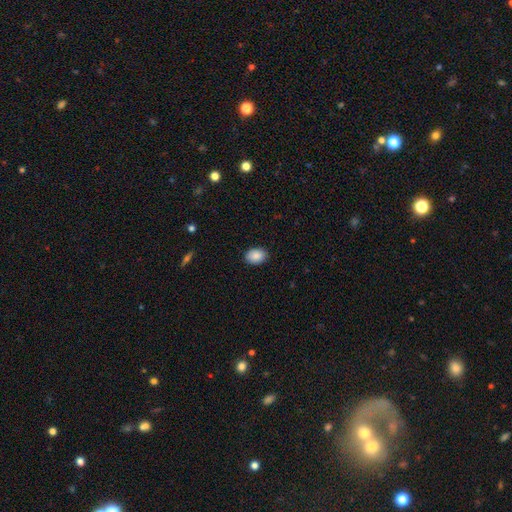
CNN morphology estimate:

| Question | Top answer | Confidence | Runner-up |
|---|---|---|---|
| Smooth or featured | smooth | 89% | star or artifact (7%) |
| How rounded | in between | 77% | round (22%) |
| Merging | none | 89% | minor disturbance (8%) |